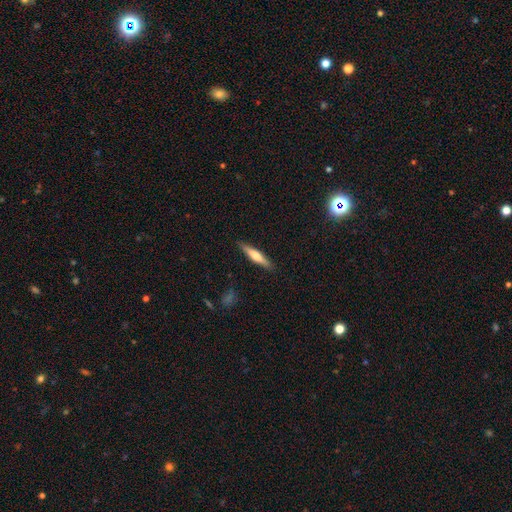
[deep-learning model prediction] Smooth or featured? Predicted: smooth (p=0.53). How rounded? Predicted: cigar-shaped (p=0.86). Merging? Predicted: none (p=0.89).